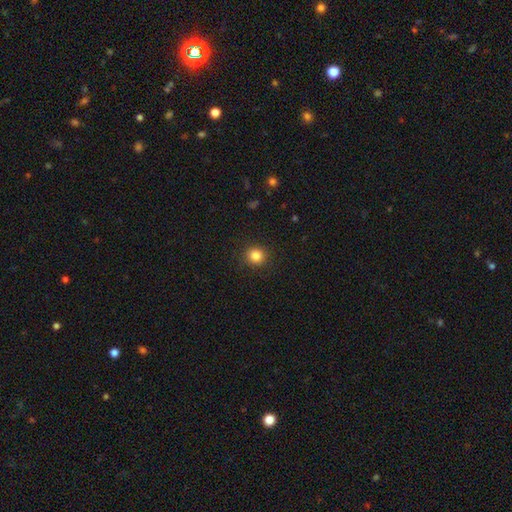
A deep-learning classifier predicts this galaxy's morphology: Smooth or featured? smooth (84%)
How rounded? round (91%)
Merging? none (91%)